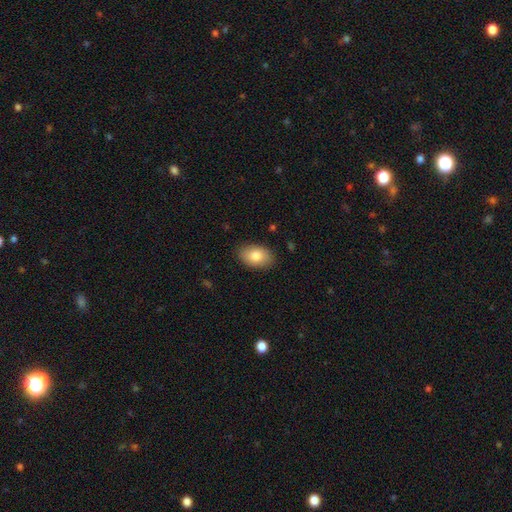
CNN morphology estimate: The model was most divided on "smooth or featured": smooth: 84%, featured or disk: 10%, star or artifact: 7%. More confident: how rounded — in between (90%); merging — none (87%).